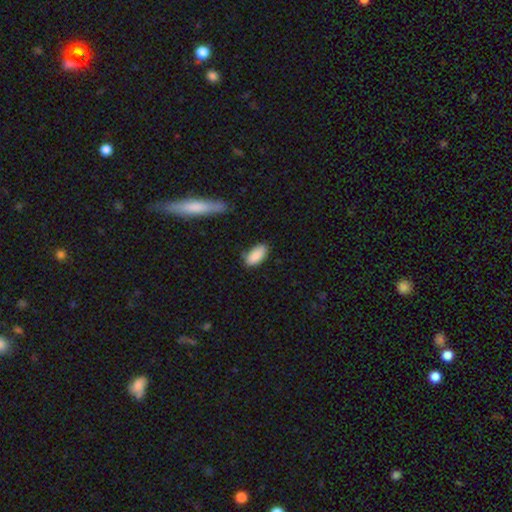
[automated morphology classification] This is clearly a smooth galaxy (88%). How rounded: clearly in between (91%). Merging: likely none (70%).